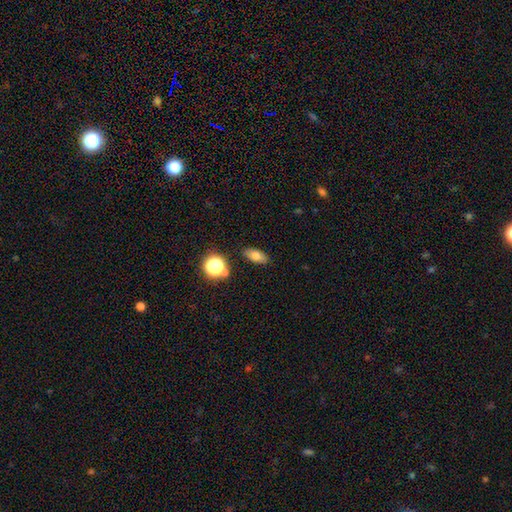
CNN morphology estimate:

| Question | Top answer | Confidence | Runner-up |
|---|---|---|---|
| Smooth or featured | smooth | 74% | star or artifact (13%) |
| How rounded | in between | 80% | round (11%) |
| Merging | none | 84% | minor disturbance (10%) |